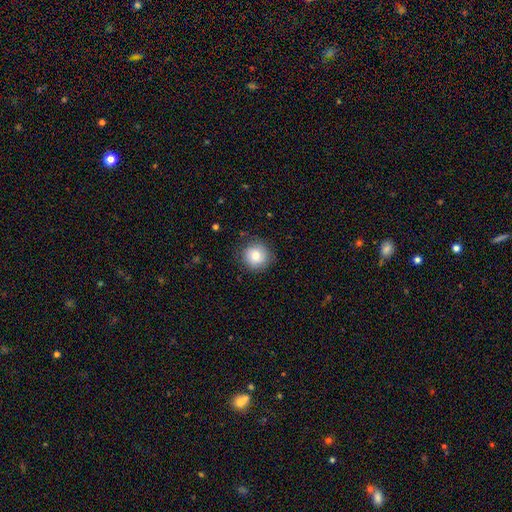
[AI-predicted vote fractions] This appears to be a smooth galaxy with no disk features (80%) that is round (93%). Merging: none (85%).